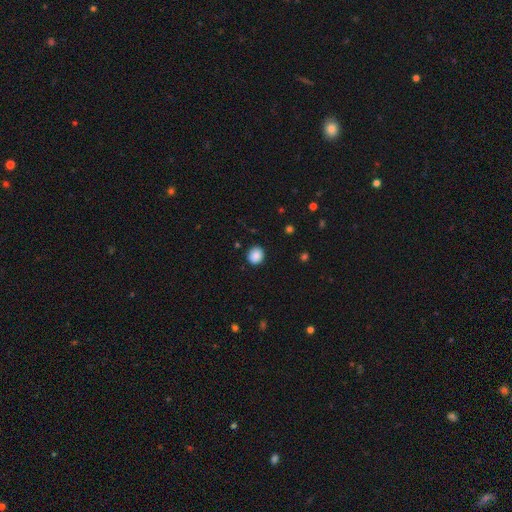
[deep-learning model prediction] smooth_or_featured: smooth (p=0.88) [alt: star or artifact p=0.09]
how_rounded: round (p=0.83) [alt: in between p=0.16]
merging: none (p=0.90) [alt: minor disturbance p=0.07]